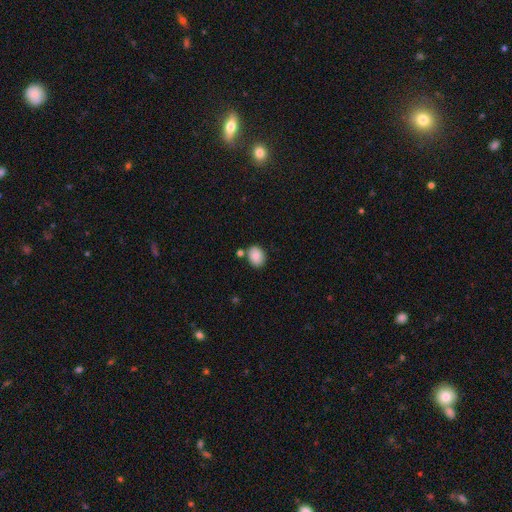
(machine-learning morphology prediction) A smooth galaxy with no disk features (86%) that is in between round and cigar-shaped (69%).

Vote fractions:
- Smooth or featured? smooth: 86% / star or artifact: 8% / featured or disk: 6%
- How rounded? in between: 69% / round: 30% / cigar-shaped: 1%
- Merging? none: 75% / minor disturbance: 13% / merger: 9% / major disturbance: 3%